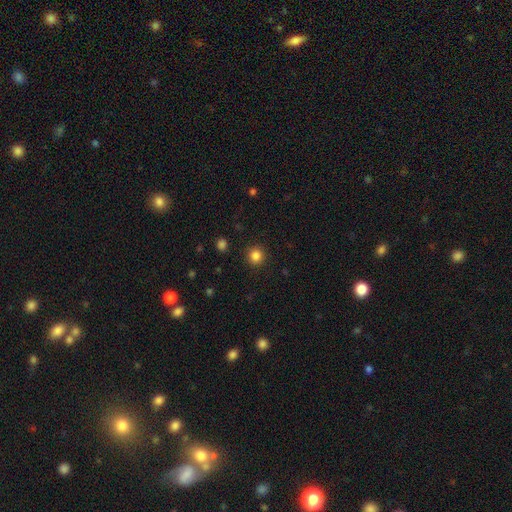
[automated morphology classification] smooth-or-featured: smooth: 84% | star or artifact: 12% | featured or disk: 4%
  how-rounded: round: 94% | in between: 5% | cigar-shaped: 1%
  merging: none: 92% | minor disturbance: 5% | major disturbance: 2% | merger: 1%